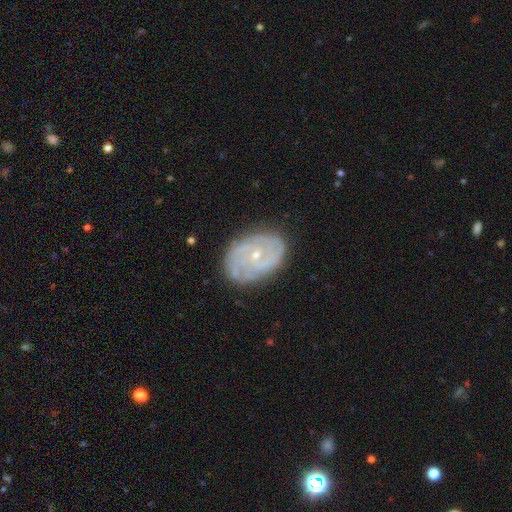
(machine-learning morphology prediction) smooth-or-featured: featured or disk: 74% | smooth: 18% | star or artifact: 8%
  disk-edge-on: no: 96% | yes: 4%
    bar: no: 75% | weak: 20% | strong: 4%
    has-spiral-arms: yes: 85% | no: 15%
      spiral-winding: tight: 66% | medium: 26% | loose: 9%
      spiral-arm-count: can't tell: 45% | 2: 23% | 3: 13% | 4: 8% | more than 4: 5% | 1: 5%
    bulge-size: small: 75% | moderate: 22% | none: 1% | large: 1% | dominant: 1%
  merging: none: 77% | minor disturbance: 17% | major disturbance: 5% | merger: 1%